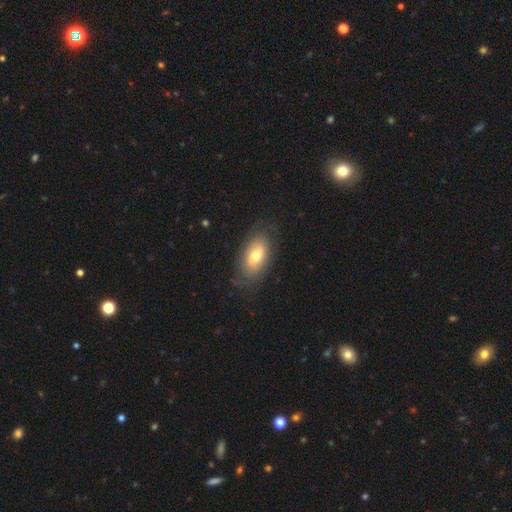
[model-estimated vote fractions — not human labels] Smooth or featured? Predicted: smooth (p=0.59). How rounded? Predicted: in between (p=0.91). Merging? Predicted: none (p=0.75).